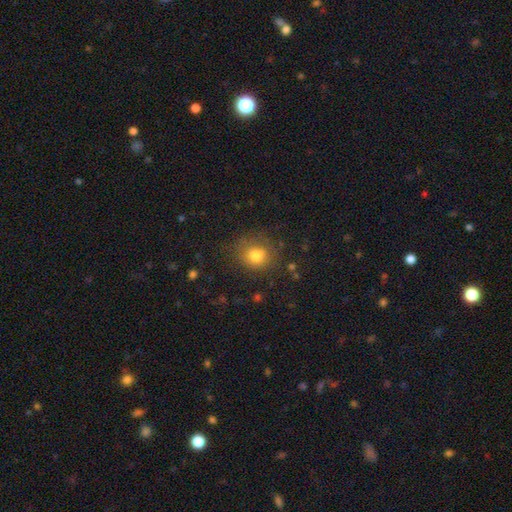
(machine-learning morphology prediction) A smooth galaxy with no disk features (78%) that is round (77%). Merging: none (74%).